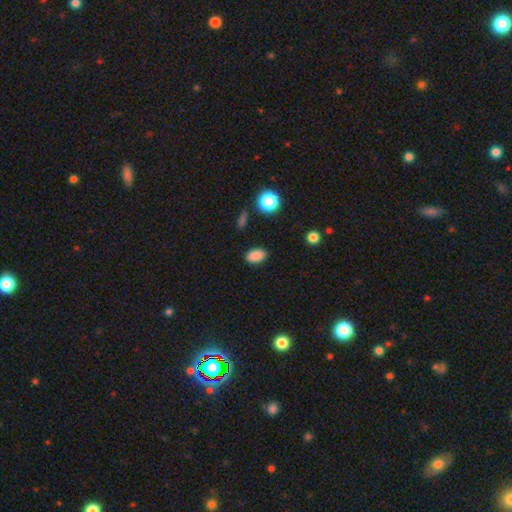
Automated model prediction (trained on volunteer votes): This appears to be a smooth galaxy with no disk features (87%) that is in between round and cigar-shaped (85%). Merging: none (87%).